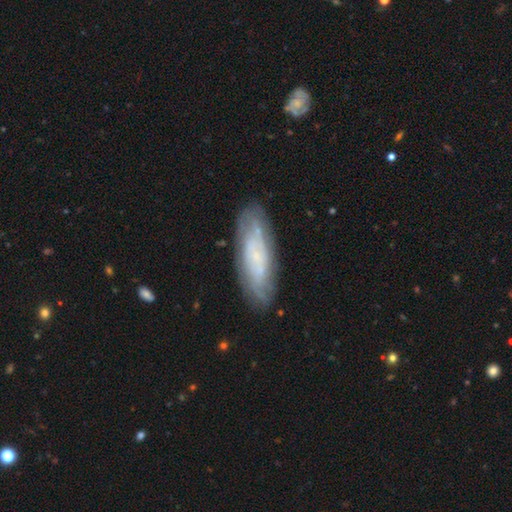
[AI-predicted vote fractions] A featured or disk galaxy (57%). Merging: none (80%).